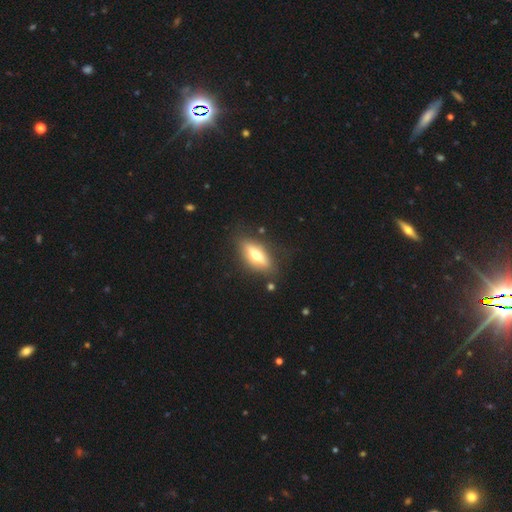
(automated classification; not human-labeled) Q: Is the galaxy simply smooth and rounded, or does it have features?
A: featured or disk — 49%.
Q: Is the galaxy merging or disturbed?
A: none — 82%.